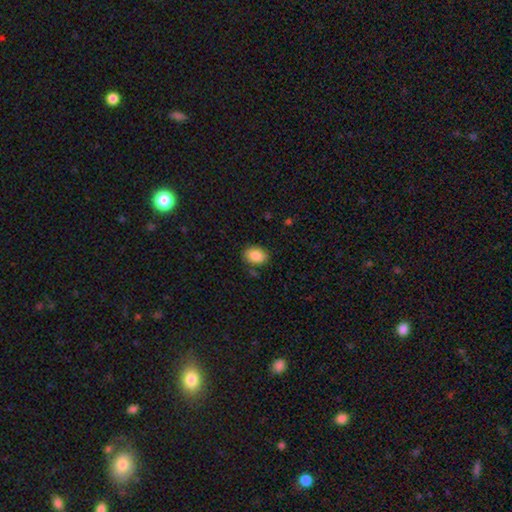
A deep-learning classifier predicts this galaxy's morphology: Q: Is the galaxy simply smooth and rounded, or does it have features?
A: smooth — 87%.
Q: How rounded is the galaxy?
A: in between — 75%.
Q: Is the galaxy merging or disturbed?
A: none — 83%.